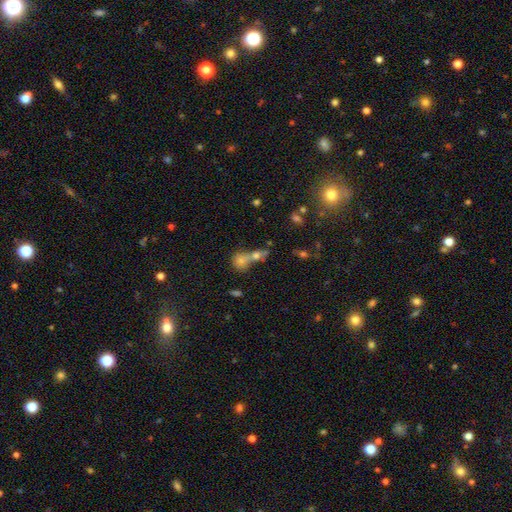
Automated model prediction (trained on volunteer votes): Smooth or featured?
  - smooth: 46% *
  - star or artifact: 38%
  - featured or disk: 16%
Merging?
  - none: 48% *
  - merger: 35%
  - minor disturbance: 10%
  - major disturbance: 7%